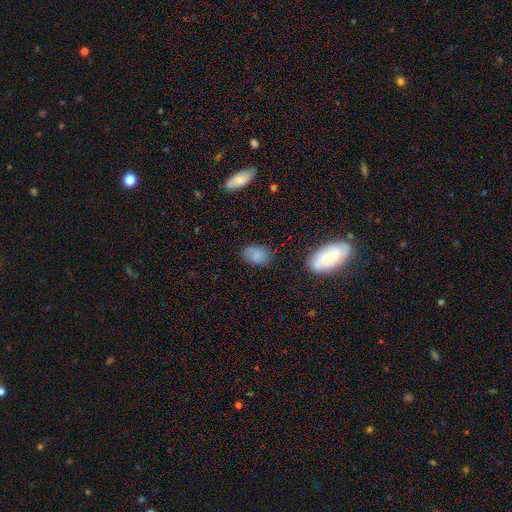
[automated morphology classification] Smooth or featured? smooth (76%)
How rounded? in between (82%)
Merging? none (76%)